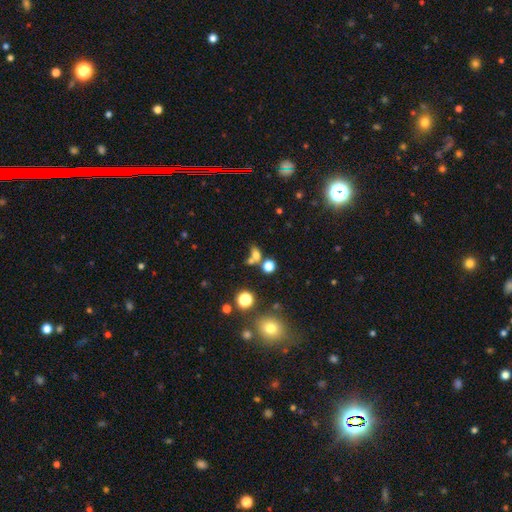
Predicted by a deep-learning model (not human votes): A smooth galaxy with no disk features (67%) that is in between round and cigar-shaped (53%). Merging: none (45%).